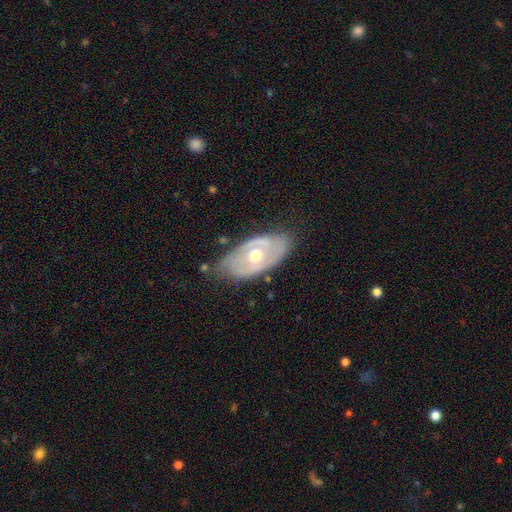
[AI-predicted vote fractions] featured or disk 68%, smooth 27%, star or artifact 5%. Down the decision tree: edge-on disk — no (88%); bar — no (82%); spiral arms — no (61%); bulge size — moderate (76%); merging — none (69%).